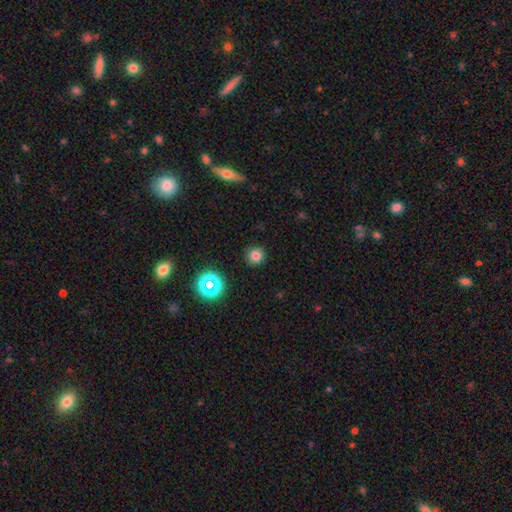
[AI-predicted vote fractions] Smooth or featured? Predicted: smooth (p=0.77). How rounded? Predicted: round (p=0.92). Merging? Predicted: none (p=0.89).